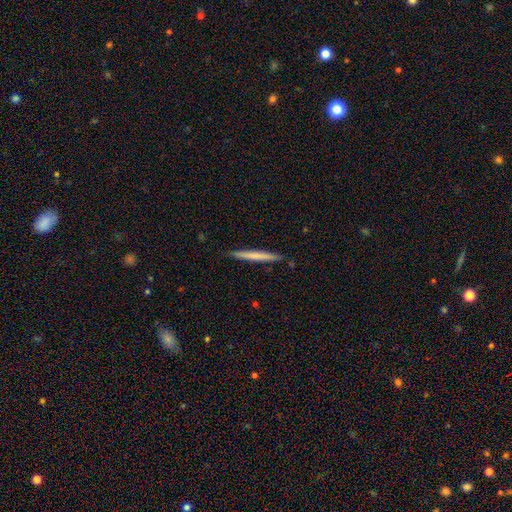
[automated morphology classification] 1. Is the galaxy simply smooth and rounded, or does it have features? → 63% smooth, 31% featured or disk, 5% star or artifact.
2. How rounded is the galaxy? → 97% cigar-shaped, 2% in between, 1% round.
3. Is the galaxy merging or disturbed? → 91% none, 7% minor disturbance, 1% major disturbance, 1% merger.